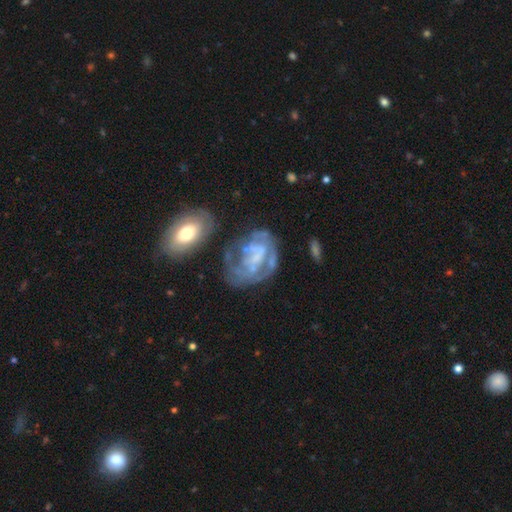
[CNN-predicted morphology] The model was most divided on "spiral arms": no: 57%, yes: 43%. Remaining: edge-on disk — no (97%); bar — no (70%); smooth or featured — featured or disk (68%); bulge size — none (59%); merging — none (42%).